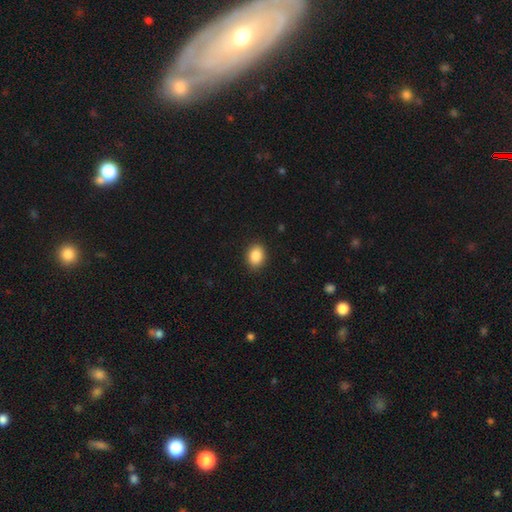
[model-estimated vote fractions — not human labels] smooth-or-featured: smooth: 88% | star or artifact: 8% | featured or disk: 4%
  how-rounded: in between: 59% | round: 40% | cigar-shaped: 1%
  merging: none: 90% | minor disturbance: 7% | major disturbance: 2% | merger: 1%